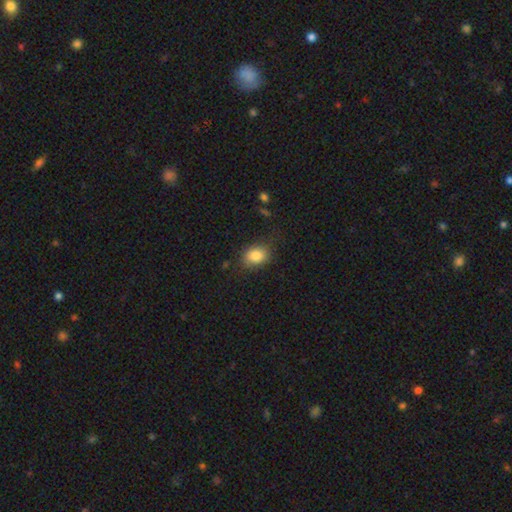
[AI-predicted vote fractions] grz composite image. It shows a smooth galaxy with no disk features (84%) that is in between round and cigar-shaped (64%). Merging: none (76%).